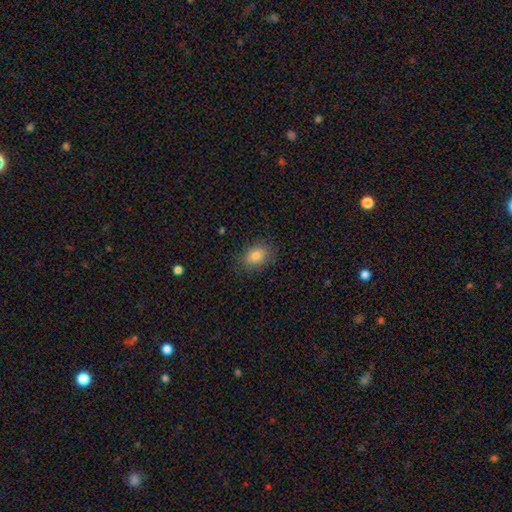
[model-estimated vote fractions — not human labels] This appears to be a smooth galaxy with no disk features (83%) that is in between round and cigar-shaped (64%). Merging: none (81%).